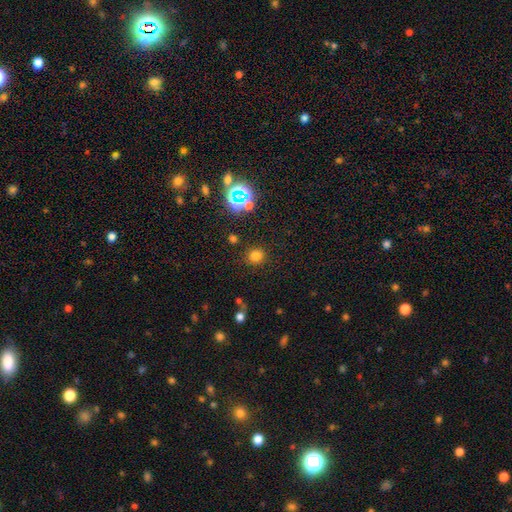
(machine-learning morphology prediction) A smooth galaxy with no disk features (73%) that is round (87%). Merging: none (86%).